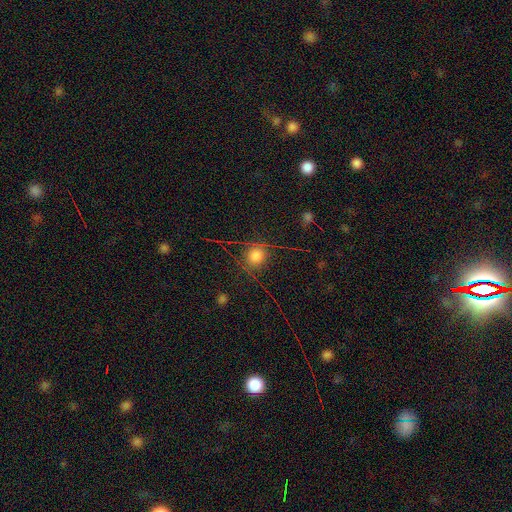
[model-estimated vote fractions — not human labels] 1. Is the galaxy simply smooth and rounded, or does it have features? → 57% smooth, 28% star or artifact, 16% featured or disk.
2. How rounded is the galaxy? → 89% round, 10% in between, 2% cigar-shaped.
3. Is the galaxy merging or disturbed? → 78% none, 12% minor disturbance, 8% major disturbance, 2% merger.